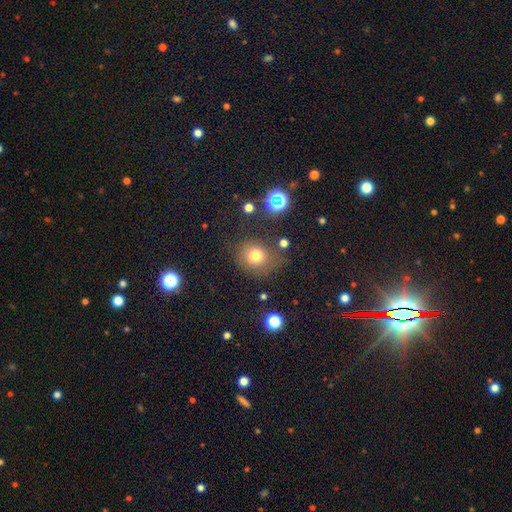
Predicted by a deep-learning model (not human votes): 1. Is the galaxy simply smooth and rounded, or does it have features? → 73% smooth, 17% star or artifact, 10% featured or disk.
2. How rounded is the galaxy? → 81% round, 18% in between, 1% cigar-shaped.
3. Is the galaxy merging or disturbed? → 70% none, 17% minor disturbance, 8% major disturbance, 5% merger.